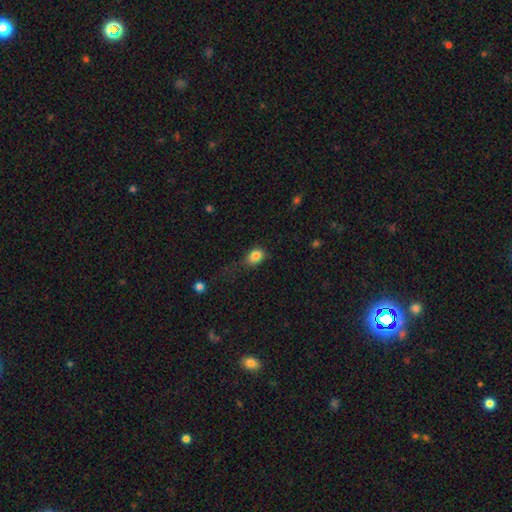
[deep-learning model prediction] A smooth galaxy with no disk features (83%) that is in between round and cigar-shaped (62%).

Vote fractions:
- Smooth or featured? smooth: 83% / star or artifact: 10% / featured or disk: 7%
- How rounded? in between: 62% / round: 37% / cigar-shaped: 2%
- Merging? none: 53% / minor disturbance: 29% / major disturbance: 15% / merger: 3%